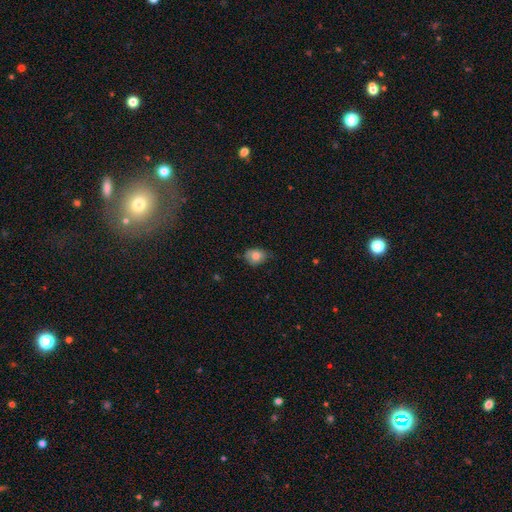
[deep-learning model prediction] This appears to be a smooth galaxy with no disk features (80%) that is in between round and cigar-shaped (58%). Merging: none (64%).